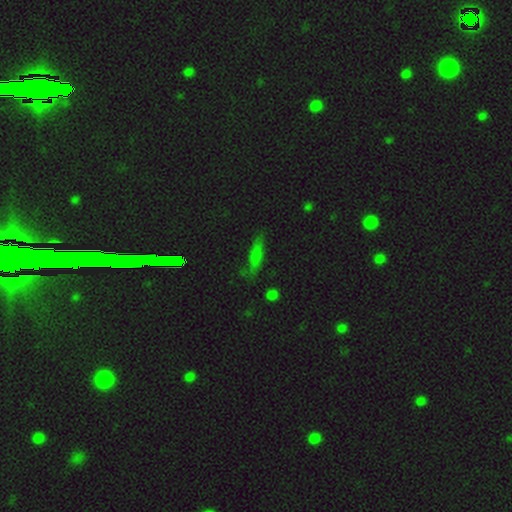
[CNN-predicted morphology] Smooth or featured? smooth (61%)
How rounded? cigar-shaped (65%)
Merging? none (69%)